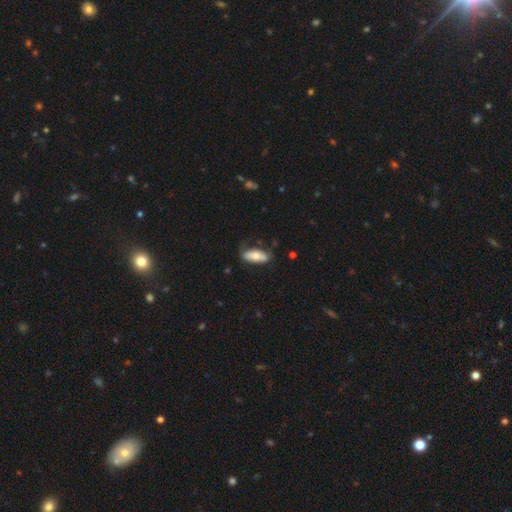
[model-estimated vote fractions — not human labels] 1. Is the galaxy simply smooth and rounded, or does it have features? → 65% smooth, 29% featured or disk, 6% star or artifact.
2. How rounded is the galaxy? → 80% in between, 17% cigar-shaped, 2% round.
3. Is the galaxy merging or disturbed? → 65% none, 25% minor disturbance, 8% major disturbance, 2% merger.